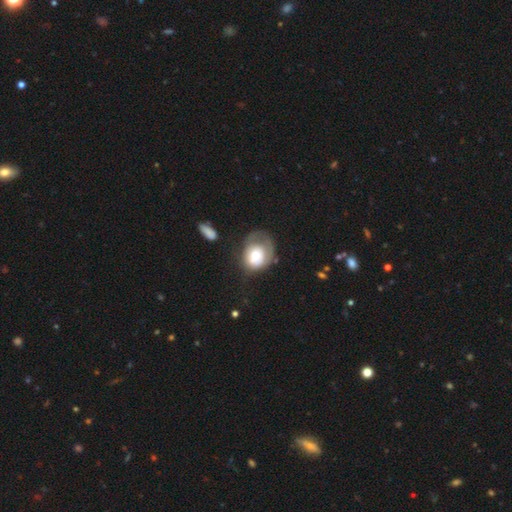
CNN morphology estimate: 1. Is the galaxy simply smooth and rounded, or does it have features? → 52% smooth, 41% featured or disk, 7% star or artifact.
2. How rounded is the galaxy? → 54% round, 45% in between, 1% cigar-shaped.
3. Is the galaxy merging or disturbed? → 39% major disturbance, 30% none, 26% minor disturbance, 5% merger.